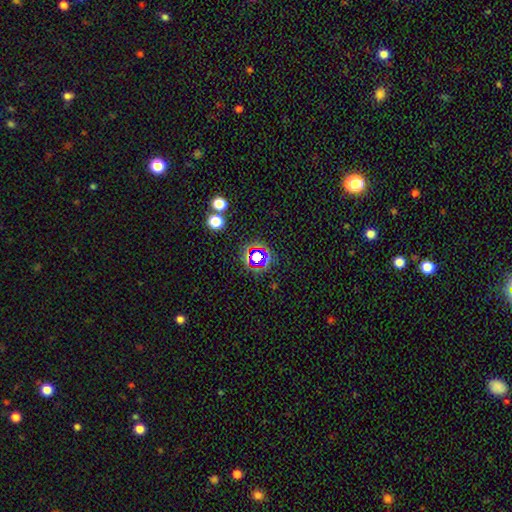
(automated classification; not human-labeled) star or artifact 61%, smooth 27%, featured or disk 11%.